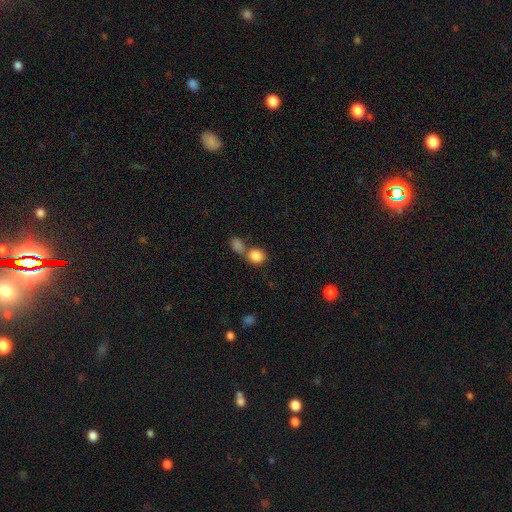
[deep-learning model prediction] A smooth galaxy with no disk features (85%) that is round (70%).

Vote fractions:
- Smooth or featured? smooth: 85% / star or artifact: 9% / featured or disk: 6%
- How rounded? round: 70% / in between: 29% / cigar-shaped: 1%
- Merging? merger: 45% / none: 43% / minor disturbance: 8% / major disturbance: 4%